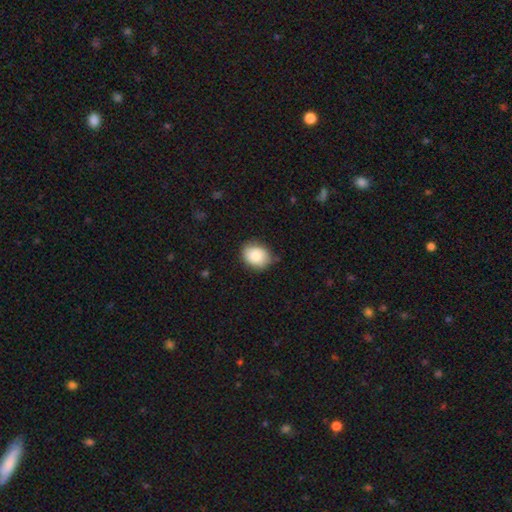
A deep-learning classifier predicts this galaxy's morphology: The model was most divided on "how rounded": in between: 50%, round: 49%, cigar-shaped: 1%. More confident: smooth or featured — smooth (85%); merging — none (72%).